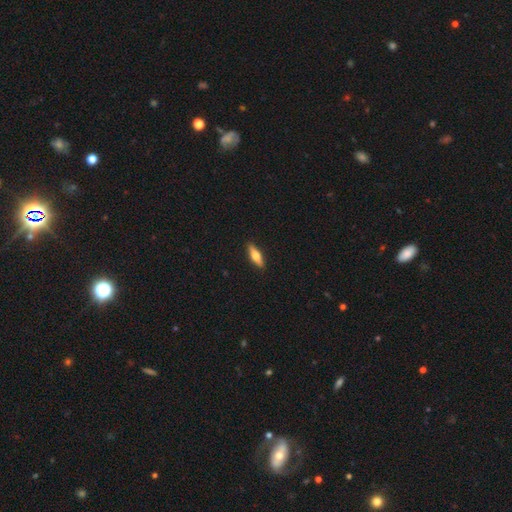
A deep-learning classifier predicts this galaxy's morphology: type=smooth (58%); roundness=cigar-shaped (52%); merging=none (90%).